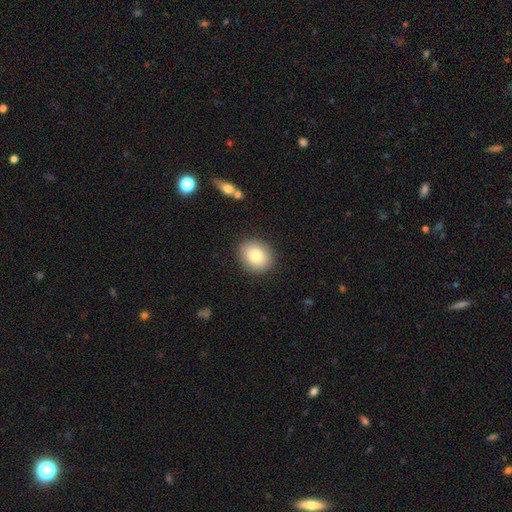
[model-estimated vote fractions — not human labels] Smooth or featured: smooth — 82% (featured or disk — 10%)
How rounded: round — 61% (in between — 38%)
Merging: none — 88% (minor disturbance — 8%)